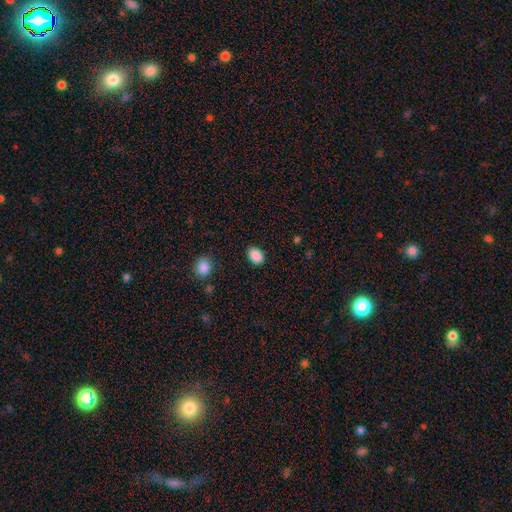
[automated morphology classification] Smooth or featured? smooth (89%)
How rounded? in between (74%)
Merging? none (87%)